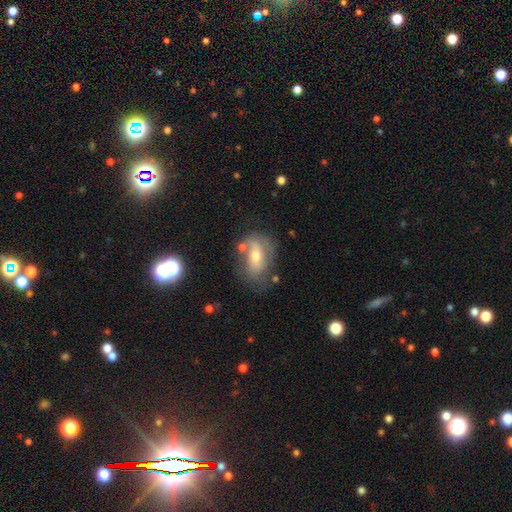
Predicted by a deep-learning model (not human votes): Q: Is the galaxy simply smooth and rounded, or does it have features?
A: smooth — 48%.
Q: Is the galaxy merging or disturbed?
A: none — 57%.